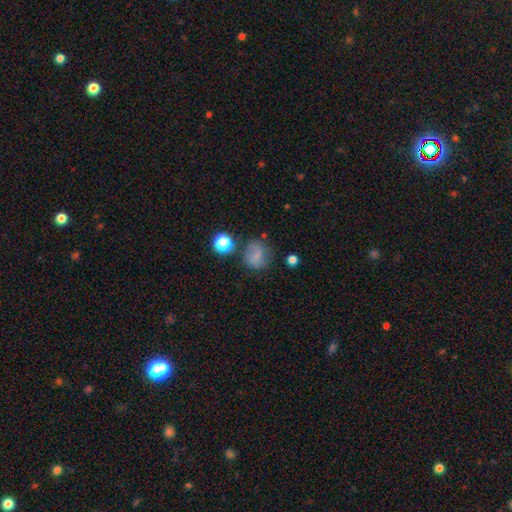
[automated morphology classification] Smooth or featured? Predicted: smooth (p=0.69). How rounded? Predicted: round (p=0.68). Merging? Predicted: none (p=0.63).